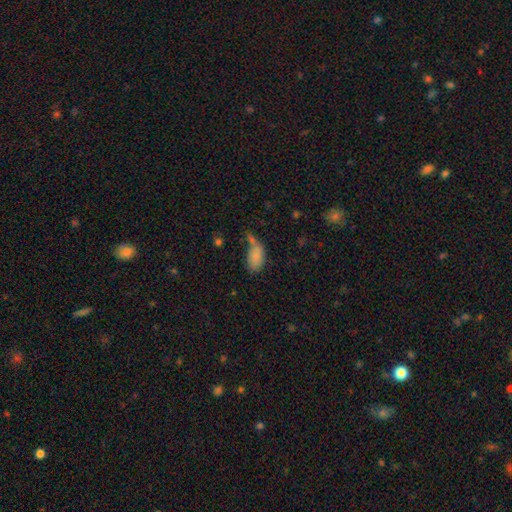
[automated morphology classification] Overall: smooth (82%). How rounded: in between (93%). Merging: none (38%; minor disturbance 24%).